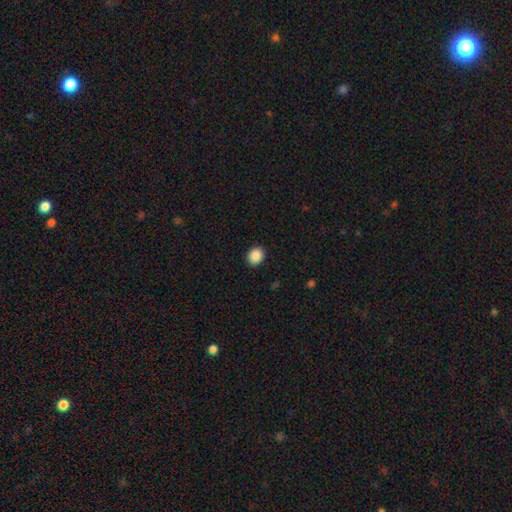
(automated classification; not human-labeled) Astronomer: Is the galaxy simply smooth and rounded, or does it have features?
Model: smooth — 88%.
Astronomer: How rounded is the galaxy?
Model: round — 63%.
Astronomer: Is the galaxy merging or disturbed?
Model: none — 91%.